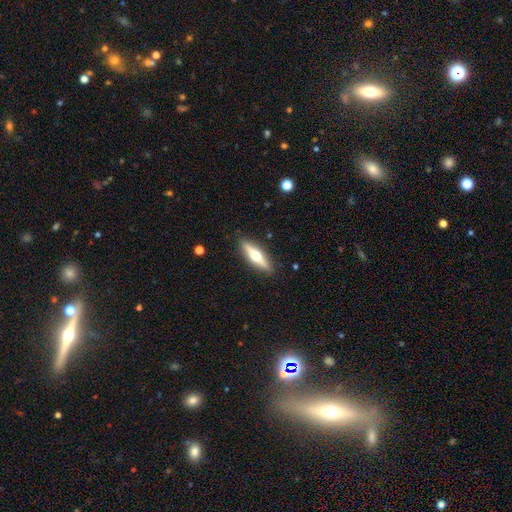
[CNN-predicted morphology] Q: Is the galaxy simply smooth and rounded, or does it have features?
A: featured or disk — 61%.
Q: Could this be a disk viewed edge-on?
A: yes — 94%.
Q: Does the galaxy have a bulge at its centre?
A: rounded — 95%.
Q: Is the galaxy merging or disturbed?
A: none — 89%.